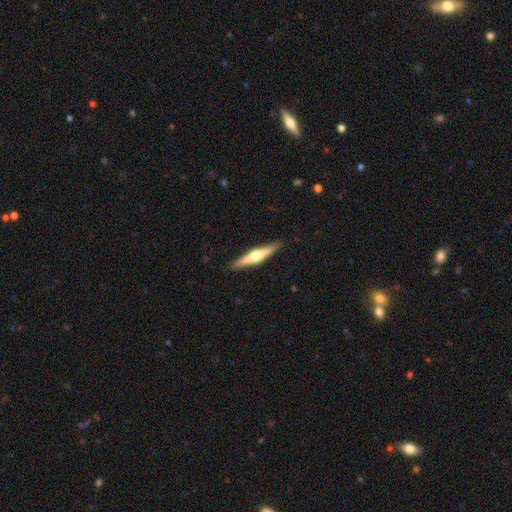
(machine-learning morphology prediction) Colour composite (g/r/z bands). It shows a featured or disk galaxy (63%) viewed edge-on (97%) with a rounded central bulge (91%). Merging: none (90%).